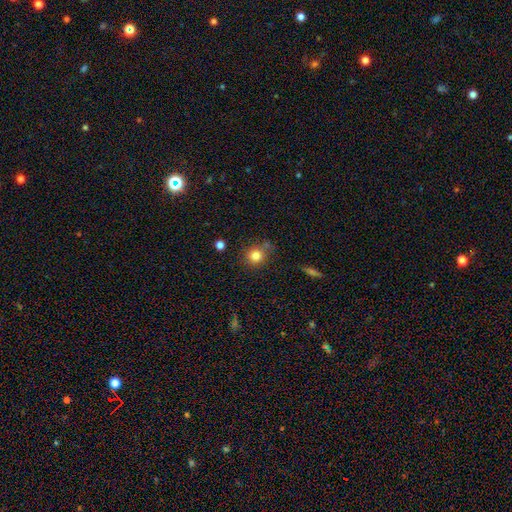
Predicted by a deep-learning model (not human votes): A smooth galaxy with no disk features (82%) that is round (85%). Merging: none (73%).